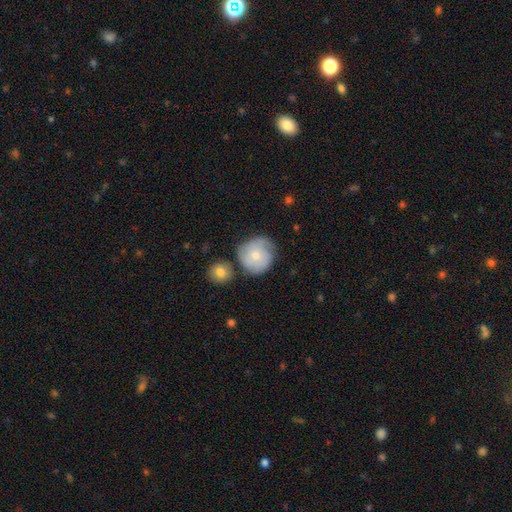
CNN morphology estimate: This appears to be a smooth galaxy with no disk features (60%) that is round (90%). Merging: none (59%).